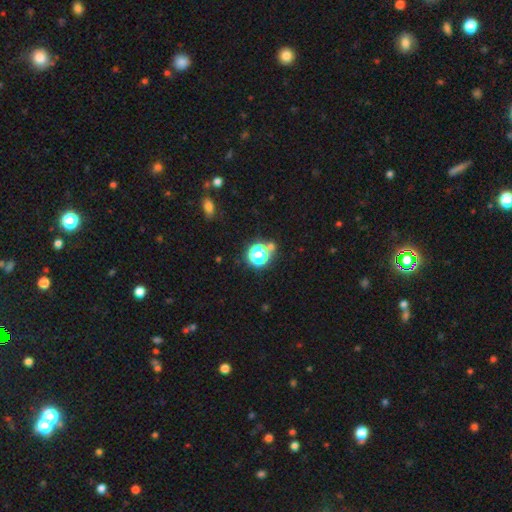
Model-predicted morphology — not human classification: A smooth galaxy with no disk features (51%) that is round (82%). Merging: none (67%).